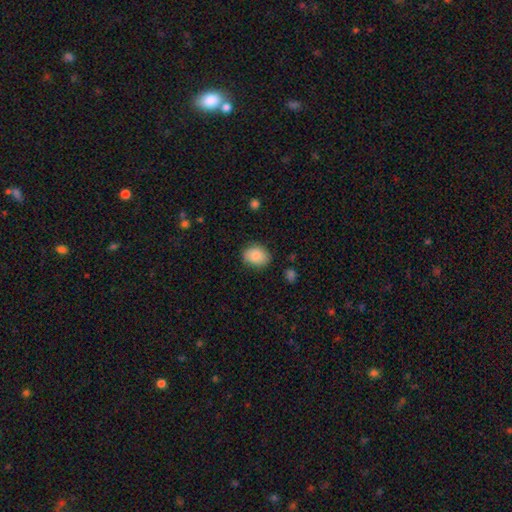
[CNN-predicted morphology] Smooth or featured: smooth — 87% (star or artifact — 7%)
How rounded: in between — 61% (round — 38%)
Merging: none — 81% (minor disturbance — 15%)